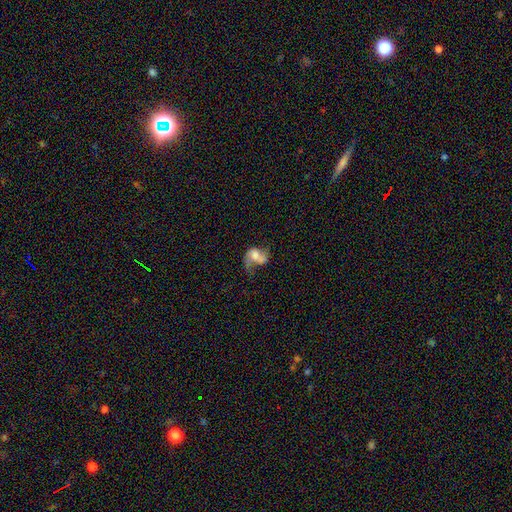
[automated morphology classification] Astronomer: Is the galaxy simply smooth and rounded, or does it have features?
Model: featured or disk — 52% (runner-up: smooth, 39%).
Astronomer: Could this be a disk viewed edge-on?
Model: no — 97%.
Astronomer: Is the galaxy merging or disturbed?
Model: major disturbance — 36% (runner-up: none, 25%).